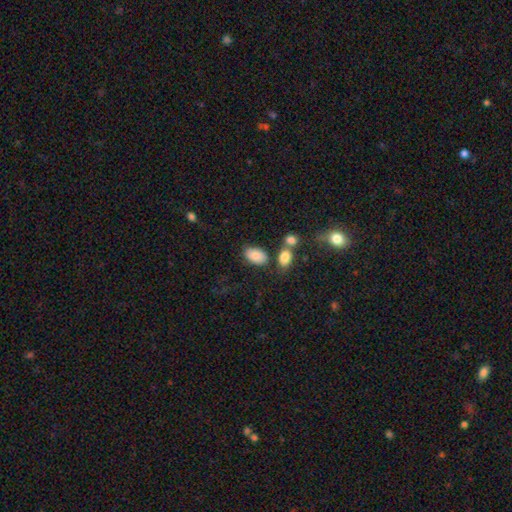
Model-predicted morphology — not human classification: smooth-or-featured: smooth: 82% | featured or disk: 9% | star or artifact: 8%
  how-rounded: in between: 91% | round: 8% | cigar-shaped: 1%
  merging: none: 66% | minor disturbance: 15% | merger: 14% | major disturbance: 5%